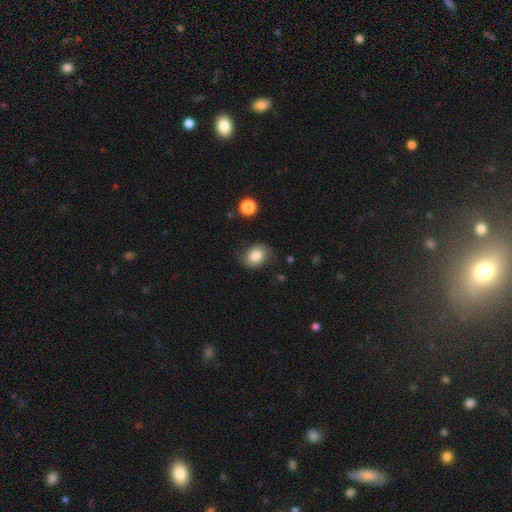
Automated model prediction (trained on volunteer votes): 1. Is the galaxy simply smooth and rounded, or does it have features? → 76% smooth, 16% featured or disk, 8% star or artifact.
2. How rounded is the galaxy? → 52% in between, 47% round, 1% cigar-shaped.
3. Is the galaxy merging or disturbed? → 68% none, 23% minor disturbance, 7% major disturbance, 2% merger.